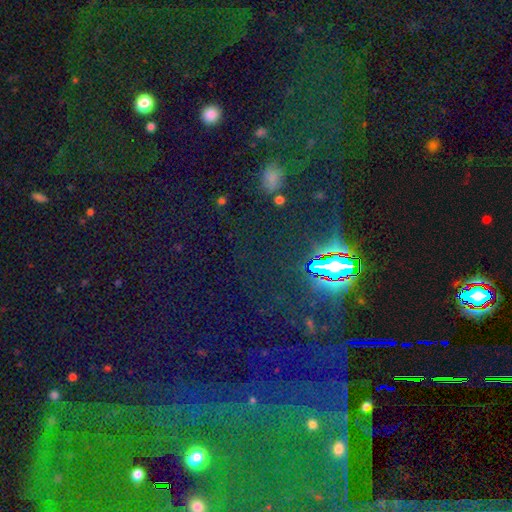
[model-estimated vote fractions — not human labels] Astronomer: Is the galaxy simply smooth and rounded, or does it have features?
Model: star or artifact — 74%.